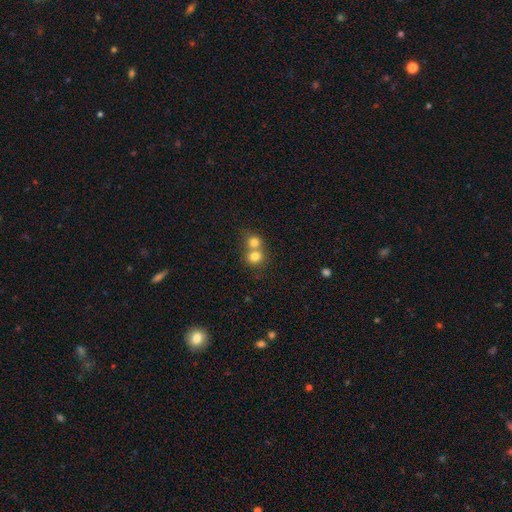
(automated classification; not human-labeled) Smooth or featured? smooth (78%)
How rounded? round (79%)
Merging? merger (58%)